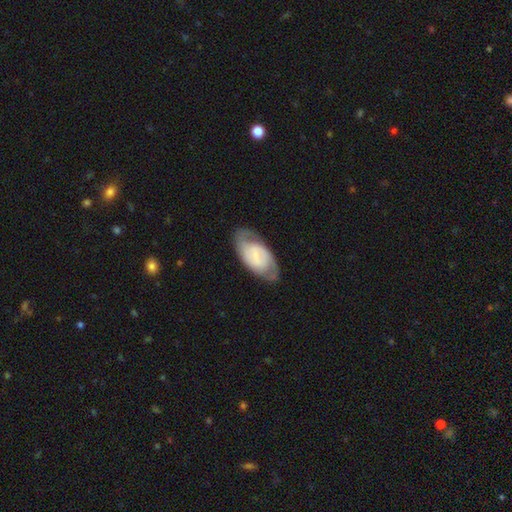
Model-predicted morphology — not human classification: This is likely a featured or disk galaxy (67%). It is clearly not viewed edge-on (95%). Bar: possibly weak (47%). Spiral arm pattern: clearly yes (87%). Spiral arm count: clearly 2 (80%). Spiral winding: marginally medium (44%). Central bulge: possibly small (51%). Merging: likely none (74%).